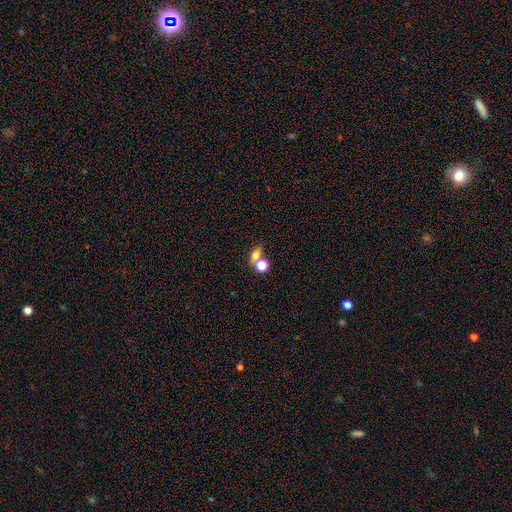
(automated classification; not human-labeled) This is likely a smooth galaxy (70%). How rounded: possibly in between (56%). Merging: possibly merger (45%).